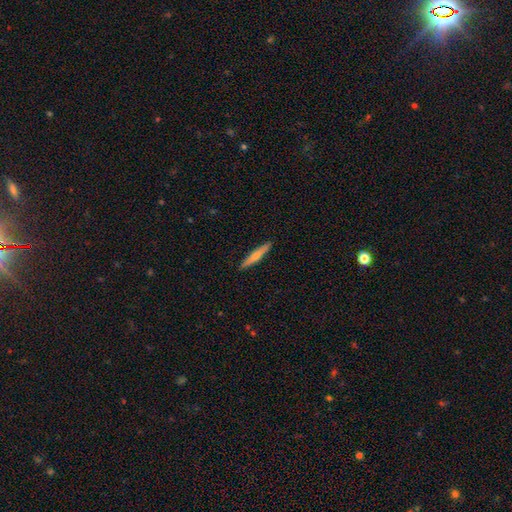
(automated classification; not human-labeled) A smooth galaxy with no disk features (58%) that is cigar-shaped (93%). Merging: none (91%).